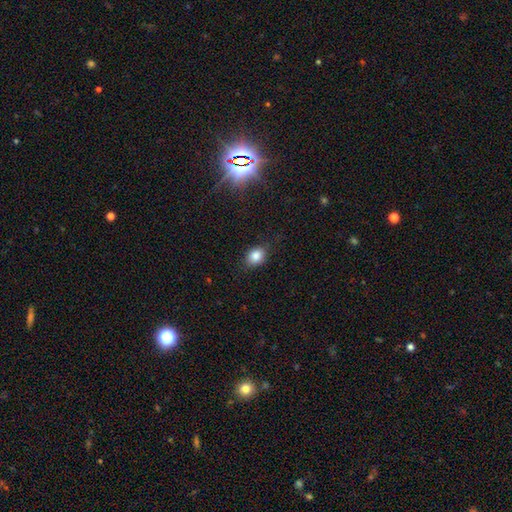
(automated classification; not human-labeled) This appears to be a smooth galaxy with no disk features (83%) that is in between round and cigar-shaped (60%). Merging: none (79%).